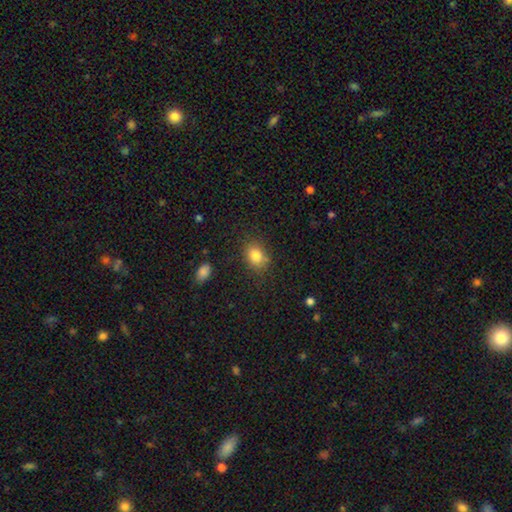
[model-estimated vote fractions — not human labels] Overall: smooth (82%). How rounded: in between (67%; round 32%). Merging: none (78%).